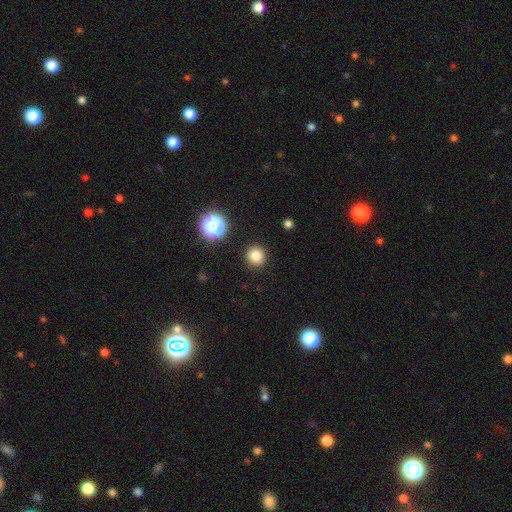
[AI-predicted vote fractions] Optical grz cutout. It shows a smooth galaxy with no disk features (82%) that is round (93%). Merging: none (91%).